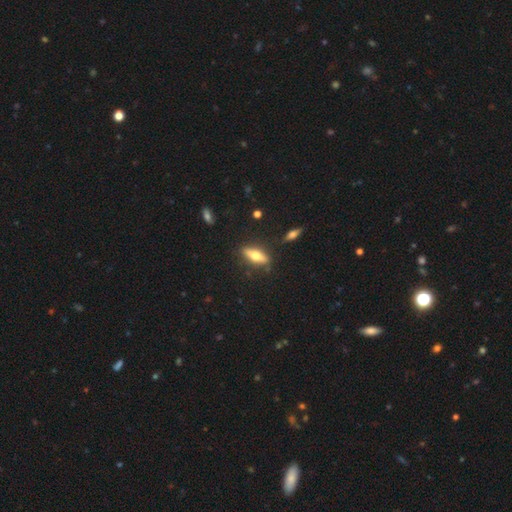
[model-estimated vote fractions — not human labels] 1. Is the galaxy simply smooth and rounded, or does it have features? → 49% smooth, 44% featured or disk, 7% star or artifact.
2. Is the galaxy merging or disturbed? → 82% none, 12% minor disturbance, 3% major disturbance, 3% merger.